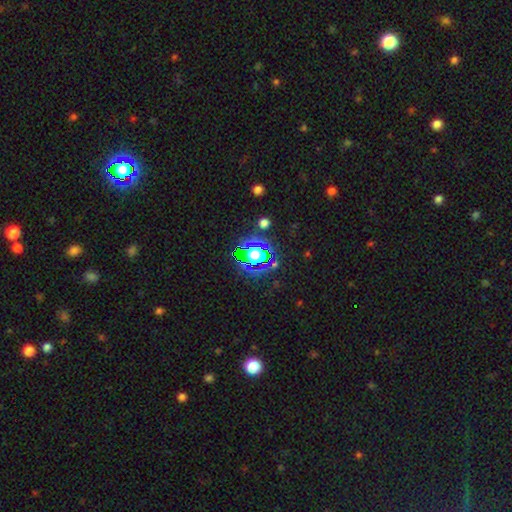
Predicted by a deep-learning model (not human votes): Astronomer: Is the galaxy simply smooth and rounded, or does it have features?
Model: star or artifact — 52% (runner-up: smooth, 34%).